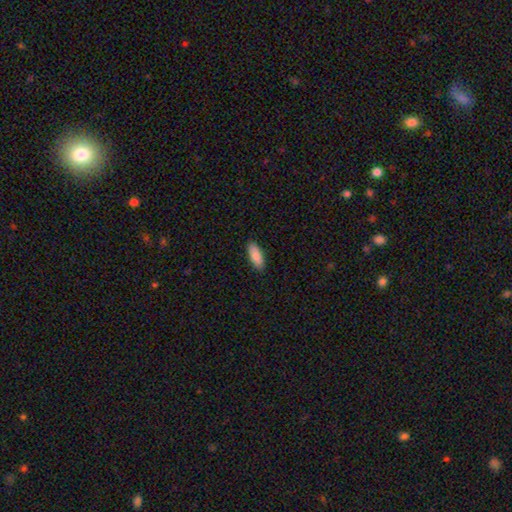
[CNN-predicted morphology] Smooth or featured? smooth (90%)
How rounded? in between (74%)
Merging? none (90%)